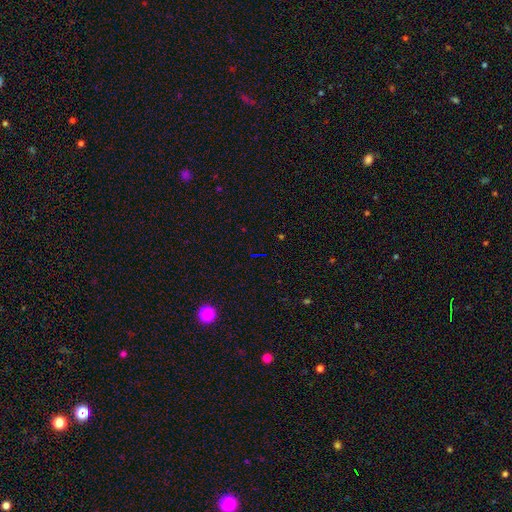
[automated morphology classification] Smooth or featured: star or artifact — 73% (smooth — 18%)